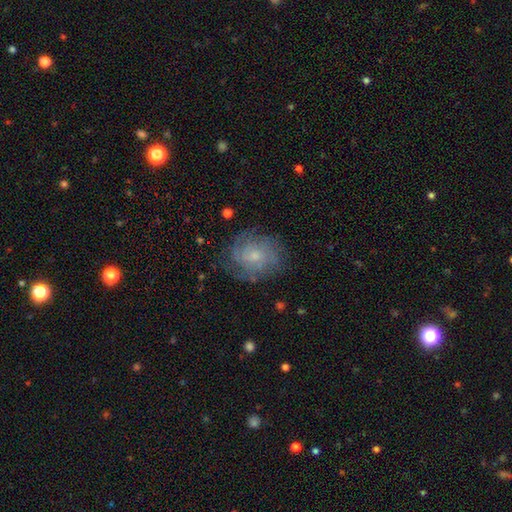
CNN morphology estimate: Smooth or featured?
  - featured or disk: 63% *
  - smooth: 29%
  - star or artifact: 9%
Edge-on disk?
  - no: 97% *
  - yes: 3%
Bar?
  - no: 73% *
  - weak: 25%
  - strong: 3%
Spiral arms?
  - yes: 85% *
  - no: 15%
Spiral winding?
  - tight: 55% *
  - medium: 34%
  - loose: 11%
Spiral arm count?
  - can't tell: 47% *
  - 2: 20%
  - 3: 15%
  - 4: 8%
  - 1: 5%
  - more than 4: 5%
Bulge size?
  - small: 59% *
  - moderate: 33%
  - none: 4%
  - large: 2%
  - dominant: 1%
Merging?
  - none: 70% *
  - minor disturbance: 20%
  - major disturbance: 9%
  - merger: 1%